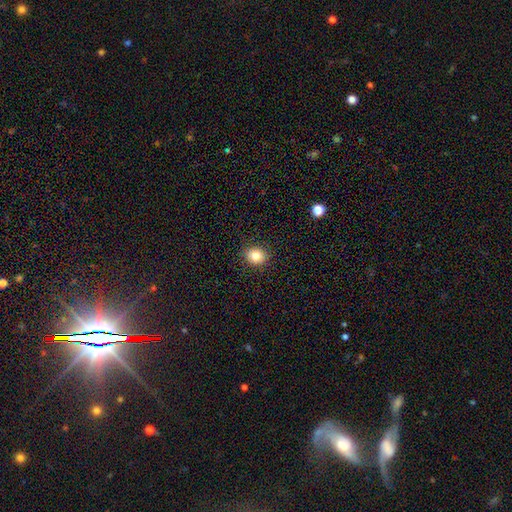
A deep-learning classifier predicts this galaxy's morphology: Overall: smooth (81%). How rounded: round (66%; in between 33%). Merging: none (89%).